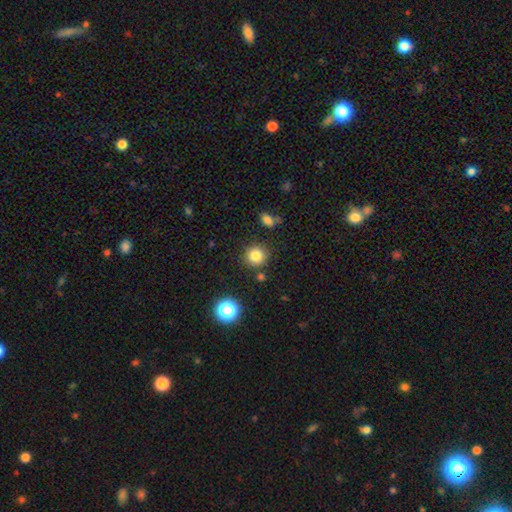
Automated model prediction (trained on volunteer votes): smooth 82%, star or artifact 12%, featured or disk 6%. Down the decision tree: how rounded — round (92%); merging — none (84%).